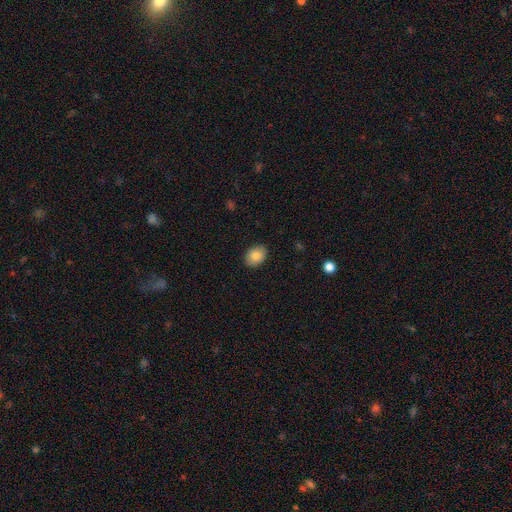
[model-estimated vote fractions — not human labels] smooth-or-featured: smooth: 85% | star or artifact: 8% | featured or disk: 8%
  how-rounded: in between: 64% | round: 35% | cigar-shaped: 1%
  merging: none: 89% | minor disturbance: 8% | major disturbance: 2% | merger: 1%